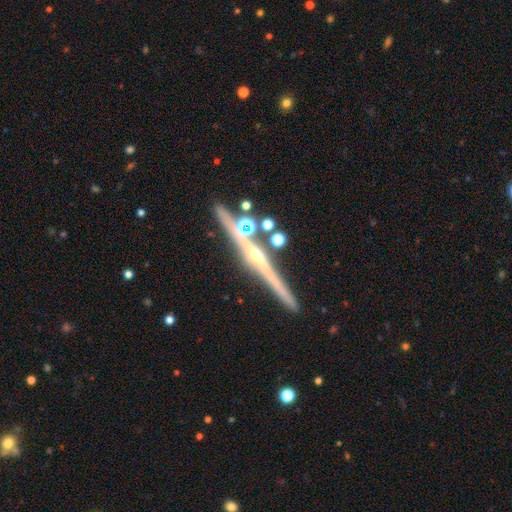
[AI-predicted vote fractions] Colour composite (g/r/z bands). It shows a featured or disk galaxy (80%) viewed edge-on (97%) with a rounded central bulge (72%). Merging: none (75%).